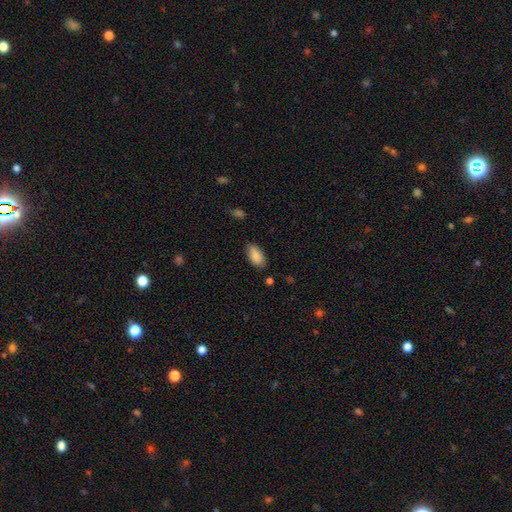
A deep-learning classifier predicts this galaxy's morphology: smooth 88%, star or artifact 7%, featured or disk 5%. Down the decision tree: how rounded — in between (92%); merging — none (82%).